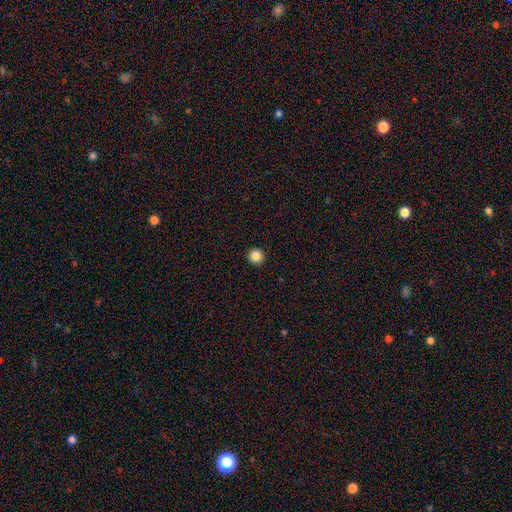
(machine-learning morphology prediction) A smooth galaxy with no disk features (86%) that is round (95%). Merging: none (94%).